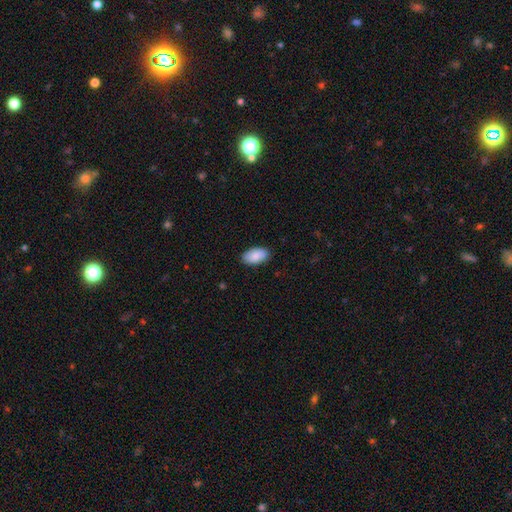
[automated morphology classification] A smooth galaxy with no disk features (86%) that is in between round and cigar-shaped (95%).

Vote fractions:
- Smooth or featured? smooth: 86% / featured or disk: 8% / star or artifact: 6%
- How rounded? in between: 95% / round: 3% / cigar-shaped: 2%
- Merging? none: 85% / minor disturbance: 12% / major disturbance: 2% / merger: 1%